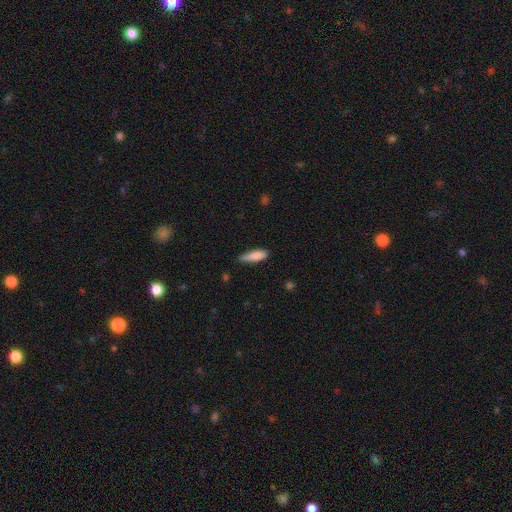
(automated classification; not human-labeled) smooth_or_featured: smooth (p=0.84) [alt: featured or disk p=0.10]
how_rounded: cigar-shaped (p=0.58) [alt: in between p=0.40]
merging: none (p=0.63) [alt: minor disturbance p=0.30]